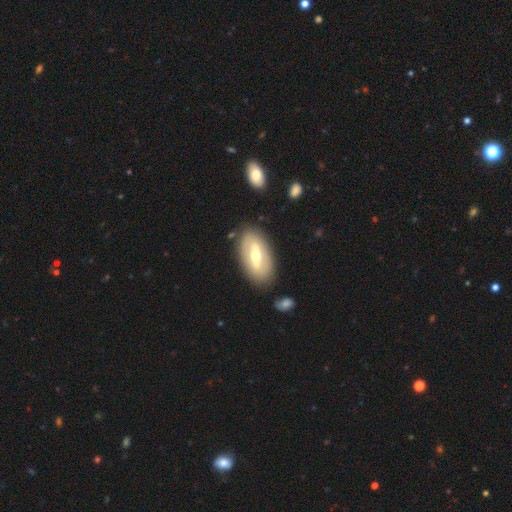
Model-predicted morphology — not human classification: Smooth or featured: featured or disk — 63% (smooth — 32%)
Edge-on disk: no — 82% (yes — 18%)
Bar: strong — 57% (weak — 29%)
Spiral arms: no — 70% (yes — 30%)
Bulge size: moderate — 66% (small — 26%)
Merging: none — 84% (minor disturbance — 10%)